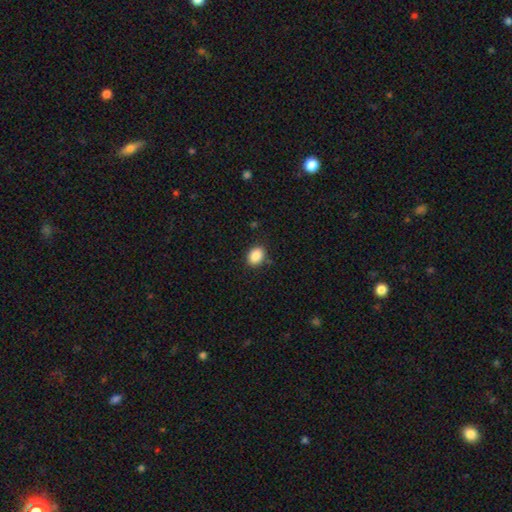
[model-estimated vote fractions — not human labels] smooth_or_featured: smooth (p=0.89) [alt: star or artifact p=0.08]
how_rounded: in between (p=0.69) [alt: round p=0.30]
merging: none (p=0.86) [alt: minor disturbance p=0.10]